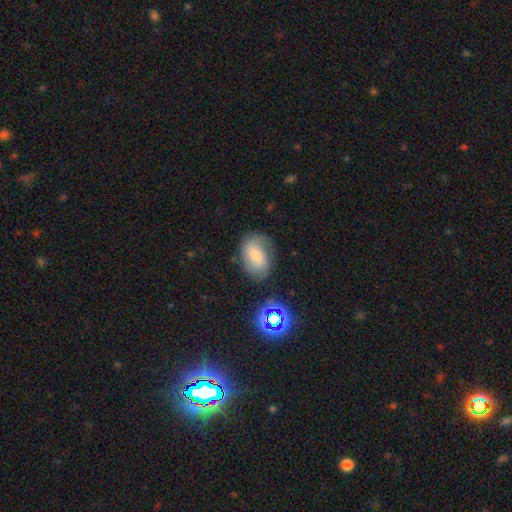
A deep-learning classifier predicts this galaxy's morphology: smooth-or-featured: smooth: 51% | featured or disk: 37% | star or artifact: 12%
  how-rounded: in between: 79% | round: 20% | cigar-shaped: 2%
  merging: none: 73% | minor disturbance: 18% | major disturbance: 6% | merger: 3%